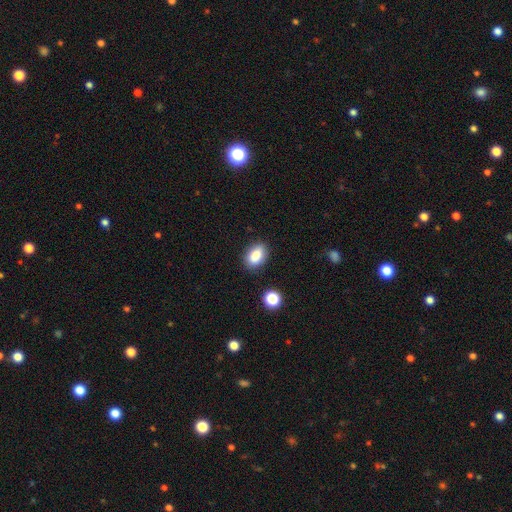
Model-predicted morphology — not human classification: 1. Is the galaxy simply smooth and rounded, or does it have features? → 86% smooth, 9% star or artifact, 6% featured or disk.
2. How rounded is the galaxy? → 86% in between, 12% round, 2% cigar-shaped.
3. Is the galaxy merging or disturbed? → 84% none, 11% minor disturbance, 3% major disturbance, 2% merger.